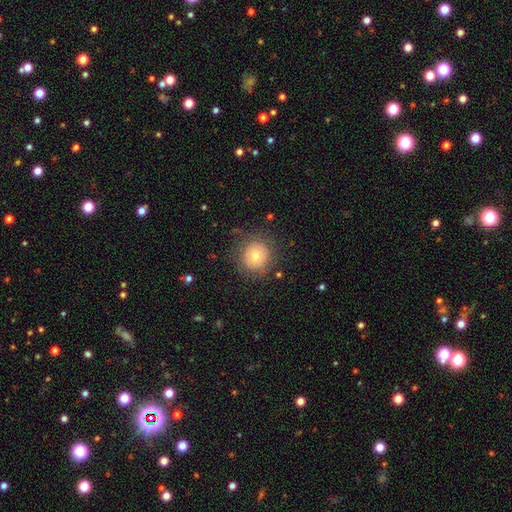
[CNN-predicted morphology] Smooth or featured?
  - smooth: 67% *
  - featured or disk: 22%
  - star or artifact: 11%
How rounded?
  - round: 93% *
  - in between: 6%
  - cigar-shaped: 1%
Merging?
  - none: 83% *
  - minor disturbance: 11%
  - major disturbance: 5%
  - merger: 1%